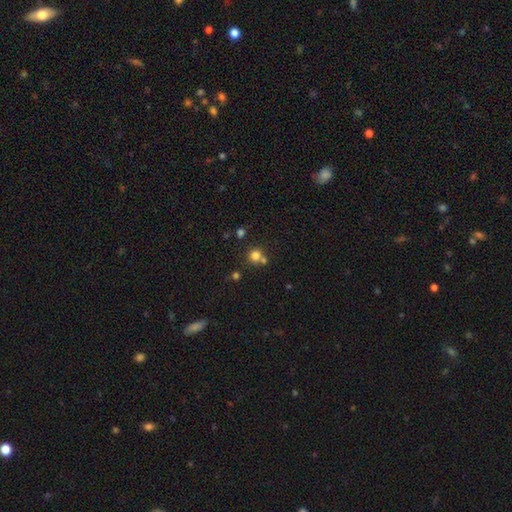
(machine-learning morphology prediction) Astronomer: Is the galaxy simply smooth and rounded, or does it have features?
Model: smooth — 78%.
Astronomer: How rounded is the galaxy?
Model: round — 90%.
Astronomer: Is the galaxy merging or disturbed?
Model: none — 63%.